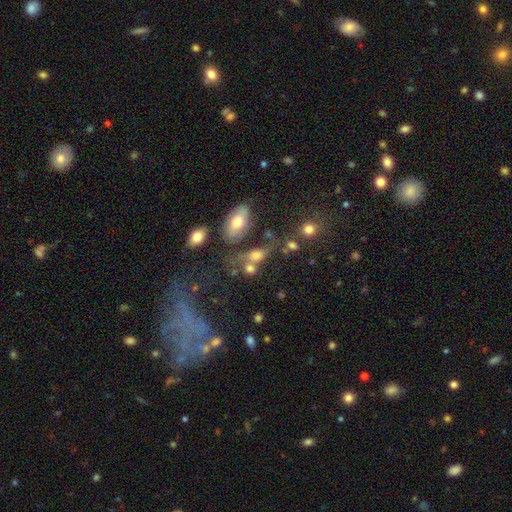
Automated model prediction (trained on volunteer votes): Overall: smooth (59%; featured or disk 25%). How rounded: in between (70%). Merging: none (50%; merger 22%).